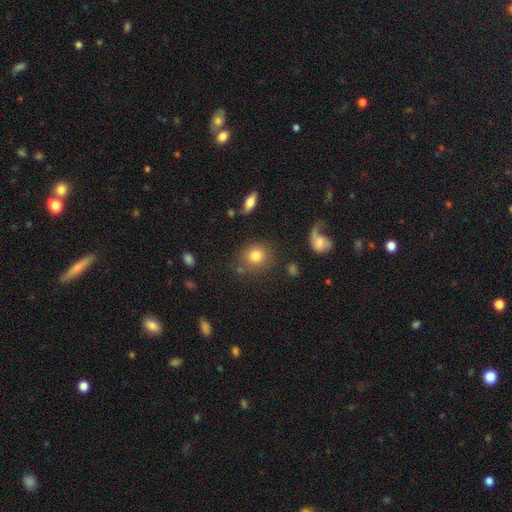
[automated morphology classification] smooth_or_featured: smooth (p=0.80) [alt: featured or disk p=0.10]
how_rounded: round (p=0.84) [alt: in between p=0.14]
merging: none (p=0.75) [alt: minor disturbance p=0.11]